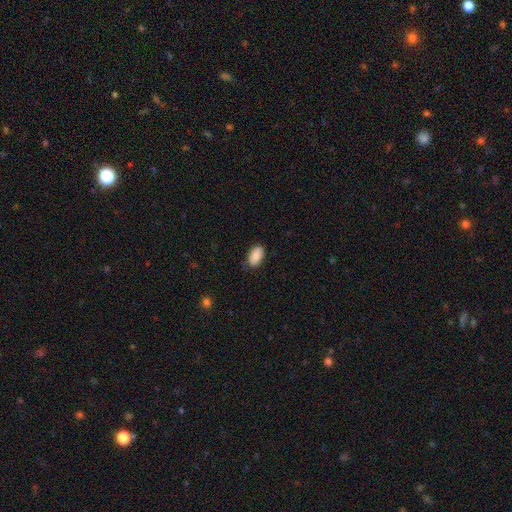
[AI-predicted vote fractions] A smooth galaxy with no disk features (87%) that is in between round and cigar-shaped (94%). Merging: none (80%).